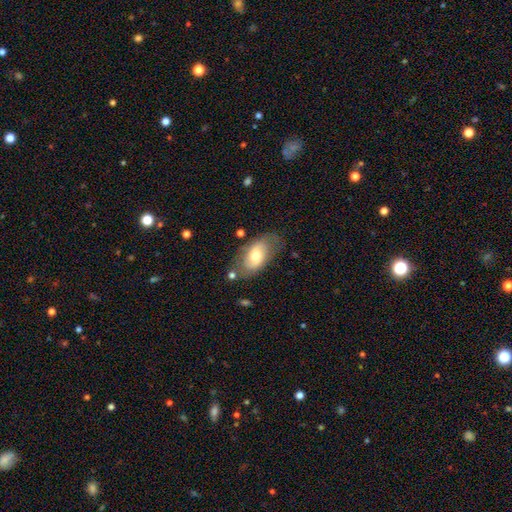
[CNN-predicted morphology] Q: Smooth or featured?
A: smooth (50%); runner-up: featured or disk (43%)
Q: How rounded?
A: in between (91%); runner-up: round (5%)
Q: Merging?
A: none (64%); runner-up: minor disturbance (23%)